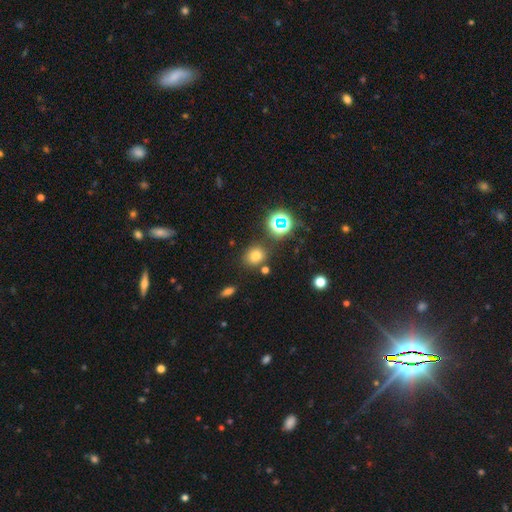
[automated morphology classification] This appears to be a smooth galaxy with no disk features (70%) that is round (70%). Merging: none (79%).